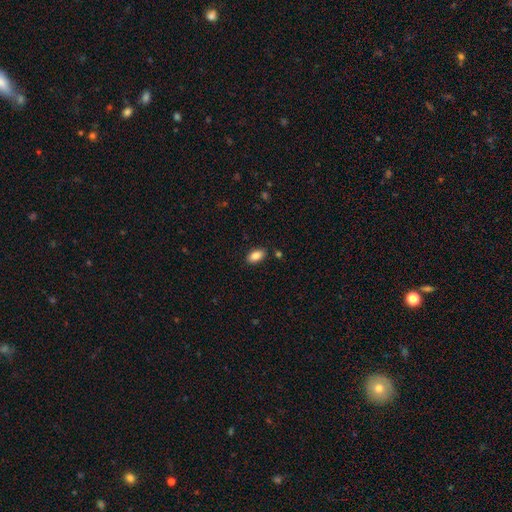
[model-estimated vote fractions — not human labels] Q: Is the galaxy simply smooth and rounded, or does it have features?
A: smooth — 86%.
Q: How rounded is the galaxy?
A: in between — 92%.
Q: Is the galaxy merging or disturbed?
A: none — 86%.